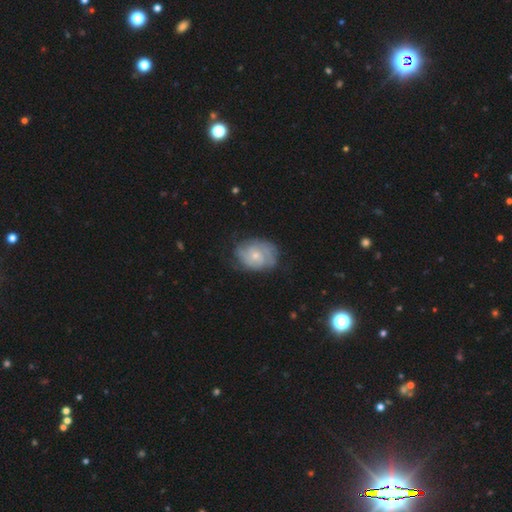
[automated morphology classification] featured or disk 50%, smooth 43%, star or artifact 7%. Down the decision tree: merging — none (64%).